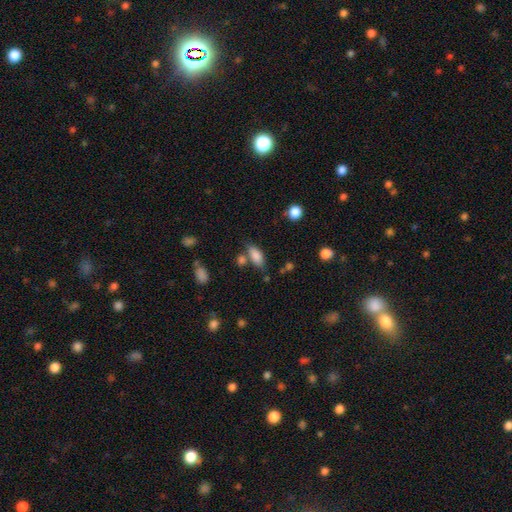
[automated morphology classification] Smooth or featured? smooth (83%)
How rounded? in between (86%)
Merging? none (61%)